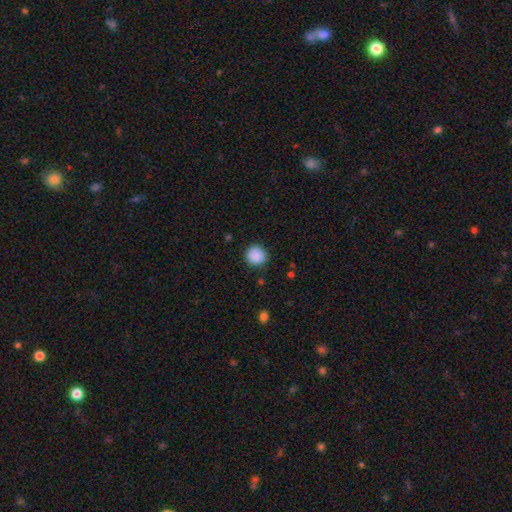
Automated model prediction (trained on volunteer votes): smooth-or-featured: smooth: 89% | star or artifact: 9% | featured or disk: 3%
  how-rounded: round: 90% | in between: 9% | cigar-shaped: 1%
  merging: none: 86% | minor disturbance: 10% | major disturbance: 3% | merger: 1%